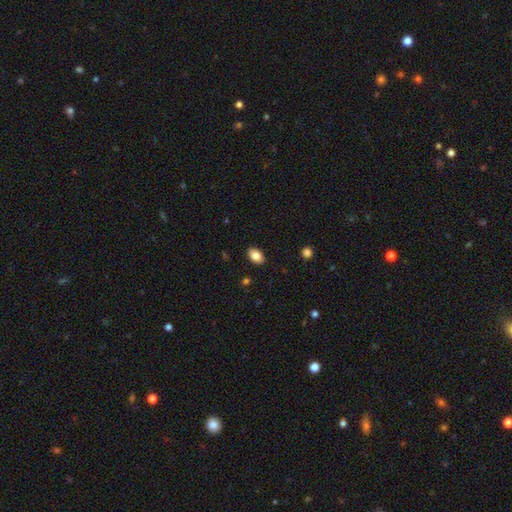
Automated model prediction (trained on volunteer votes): This appears to be a smooth galaxy with no disk features (85%) that is in between round and cigar-shaped (88%). Merging: none (89%).